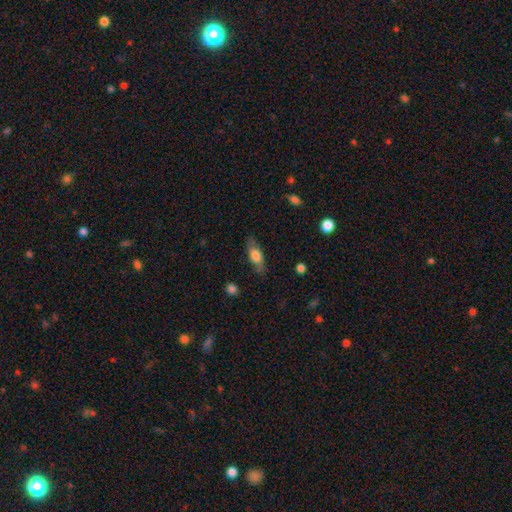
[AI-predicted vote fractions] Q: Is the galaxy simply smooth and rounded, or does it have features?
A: smooth — 65%.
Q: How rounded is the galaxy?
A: in between — 68%.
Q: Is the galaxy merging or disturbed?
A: none — 79%.